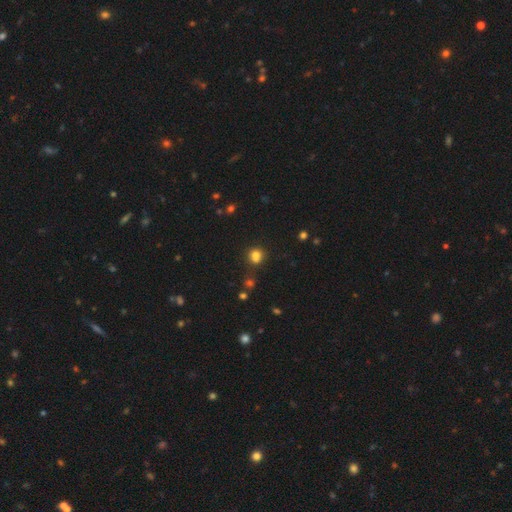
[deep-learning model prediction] This appears to be a smooth galaxy with no disk features (76%) that is round (82%). Merging: none (58%).